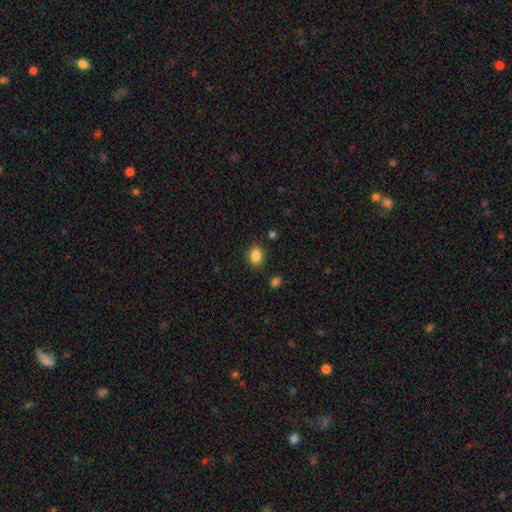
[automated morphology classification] smooth-or-featured: smooth: 86% | star or artifact: 9% | featured or disk: 5%
  how-rounded: in between: 57% | round: 42% | cigar-shaped: 1%
  merging: none: 85% | minor disturbance: 10% | major disturbance: 3% | merger: 2%